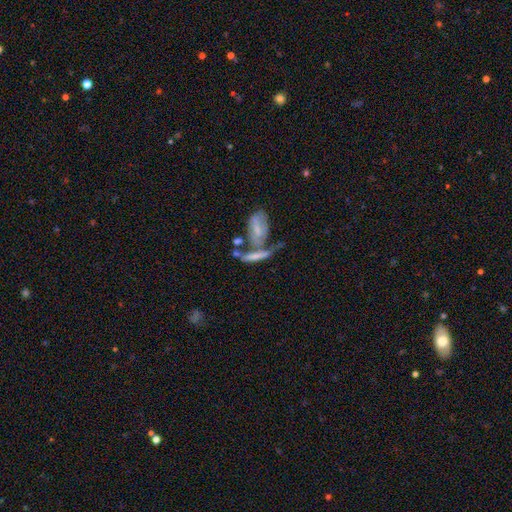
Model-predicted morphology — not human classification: smooth_or_featured: smooth (p=0.46) [alt: featured or disk p=0.44]
merging: merger (p=0.53) [alt: none p=0.22]